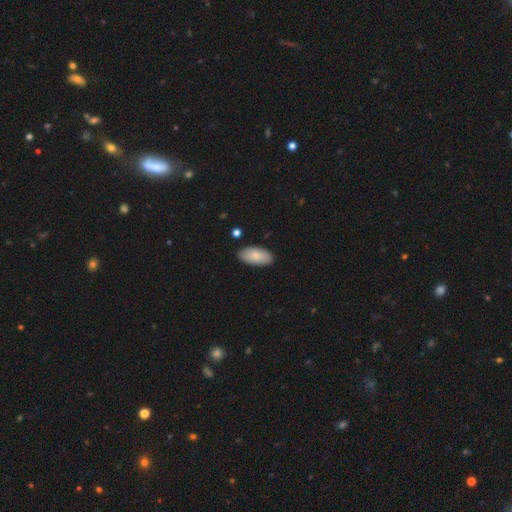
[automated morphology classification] Overall: smooth (82%). How rounded: in between (94%). Merging: none (87%).